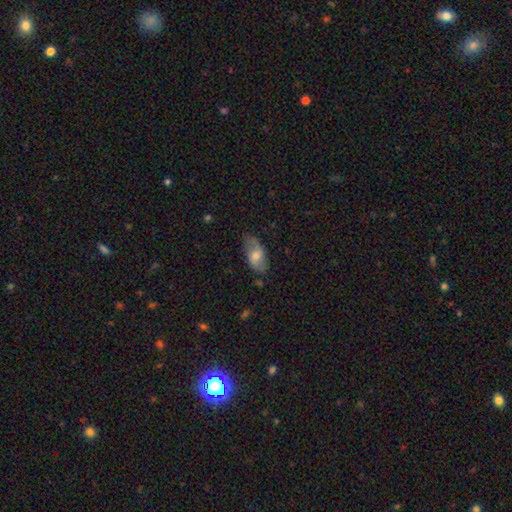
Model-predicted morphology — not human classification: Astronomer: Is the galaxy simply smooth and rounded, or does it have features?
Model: smooth — 53% (runner-up: featured or disk, 41%).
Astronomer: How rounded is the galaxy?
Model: in between — 91%.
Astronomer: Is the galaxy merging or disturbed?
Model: none — 74%.